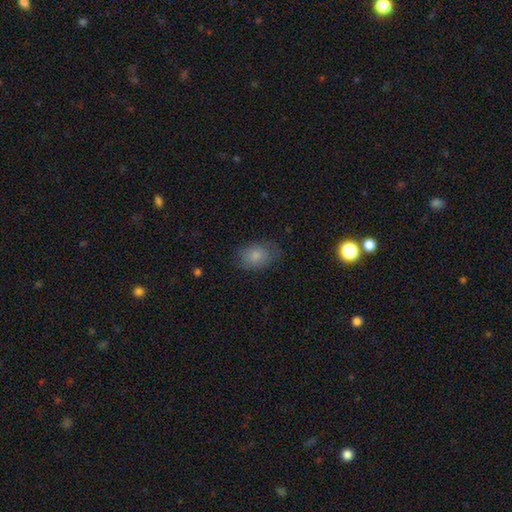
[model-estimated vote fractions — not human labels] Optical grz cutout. It shows a smooth galaxy with no disk features (80%) that is in between round and cigar-shaped (75%). Merging: none (70%).